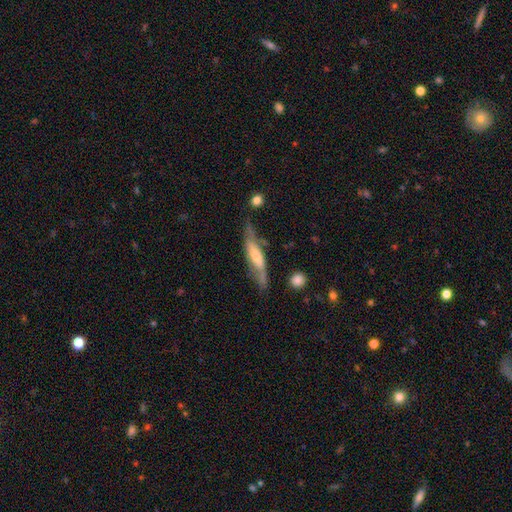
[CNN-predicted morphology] smooth_or_featured: featured or disk (p=0.67) [alt: smooth p=0.27]
disk_edge_on: yes (p=0.53) [alt: no p=0.47]
merging: none (p=0.62) [alt: minor disturbance p=0.23]